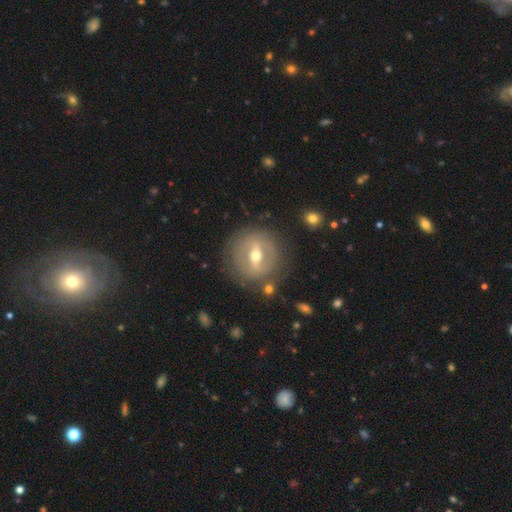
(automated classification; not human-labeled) Smooth or featured? featured or disk (73%)
Edge-on disk? no (86%)
Bar? strong (58%)
Spiral arms? no (63%)
Bulge size? moderate (72%)
Merging? none (80%)